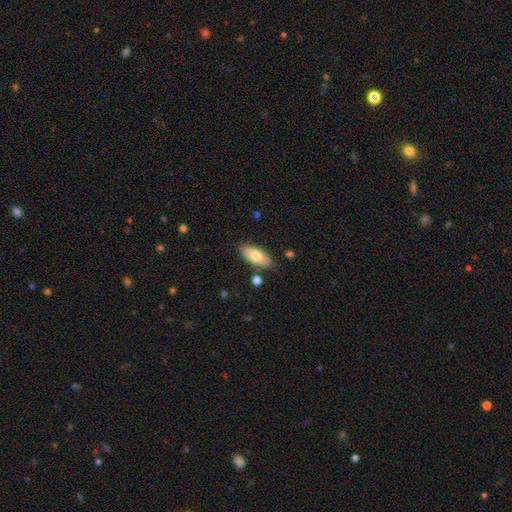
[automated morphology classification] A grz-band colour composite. It shows a smooth galaxy with no disk features (74%) that is in between round and cigar-shaped (89%). Merging: none (83%).